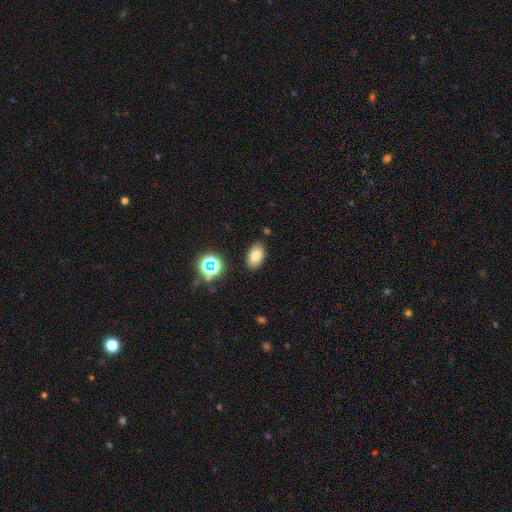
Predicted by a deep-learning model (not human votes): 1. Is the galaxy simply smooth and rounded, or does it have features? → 76% smooth, 13% star or artifact, 11% featured or disk.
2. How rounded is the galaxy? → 89% in between, 9% round, 2% cigar-shaped.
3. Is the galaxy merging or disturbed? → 85% none, 10% minor disturbance, 3% merger, 3% major disturbance.